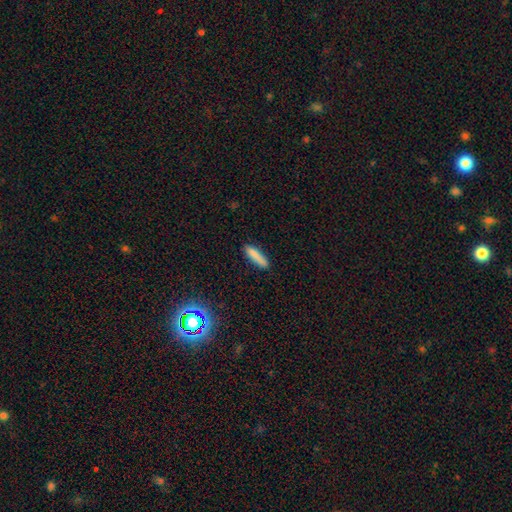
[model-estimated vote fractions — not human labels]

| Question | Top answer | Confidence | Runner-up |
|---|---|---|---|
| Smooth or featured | smooth | 85% | featured or disk (8%) |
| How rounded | cigar-shaped | 77% | in between (21%) |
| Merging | none | 85% | minor disturbance (12%) |